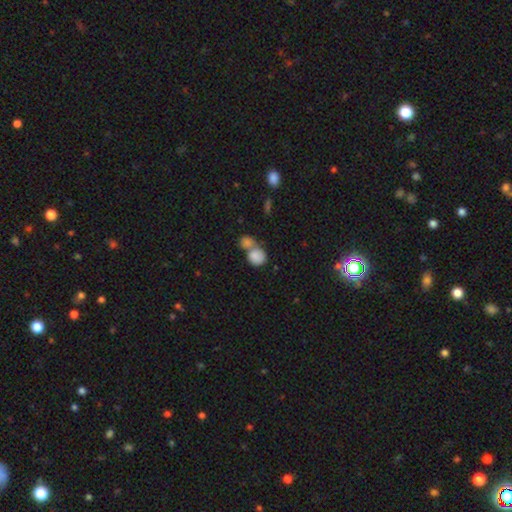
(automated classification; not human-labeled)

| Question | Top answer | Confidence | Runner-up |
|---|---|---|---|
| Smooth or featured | smooth | 84% | featured or disk (8%) |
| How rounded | round | 71% | in between (28%) |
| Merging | merger | 59% | none (30%) |